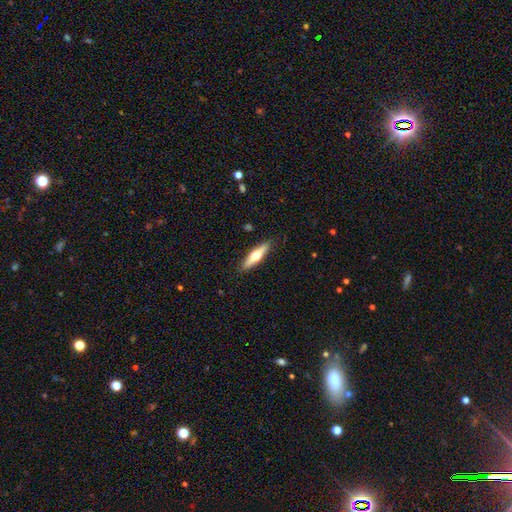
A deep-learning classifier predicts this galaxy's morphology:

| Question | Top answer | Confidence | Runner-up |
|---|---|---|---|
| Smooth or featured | featured or disk | 48% | smooth (47%) |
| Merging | none | 88% | minor disturbance (9%) |